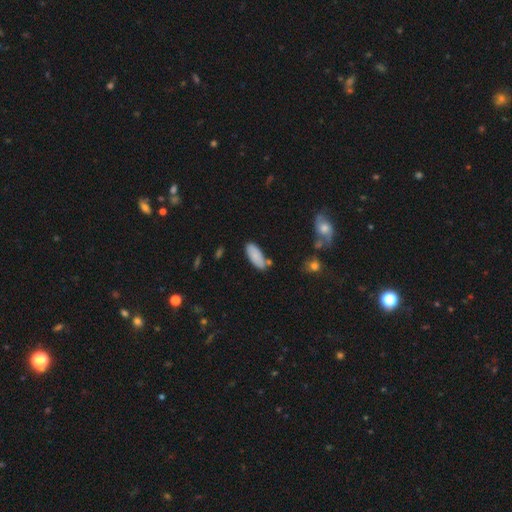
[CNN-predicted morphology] This appears to be a smooth galaxy with no disk features (84%) that is in between round and cigar-shaped (81%). Merging: none (71%).